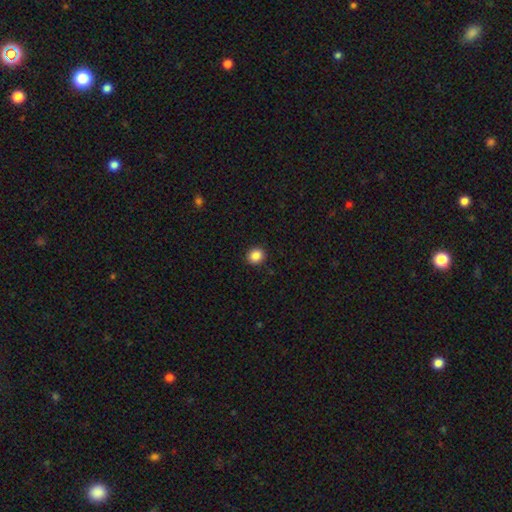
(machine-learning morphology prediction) type=smooth (87%); roundness=round (80%); merging=none (92%).